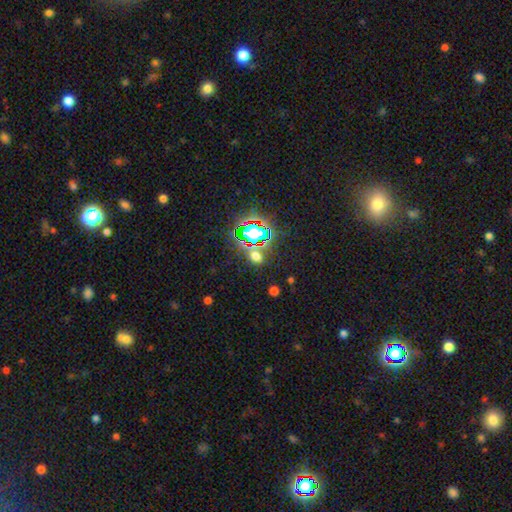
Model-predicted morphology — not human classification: This is possibly a star or artifact rather than a galaxy (48%).